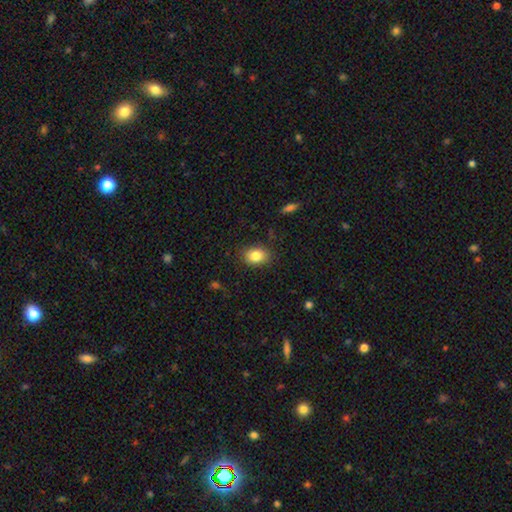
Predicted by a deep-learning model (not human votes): This appears to be a smooth galaxy with no disk features (83%) that is in between round and cigar-shaped (70%). Merging: none (85%).